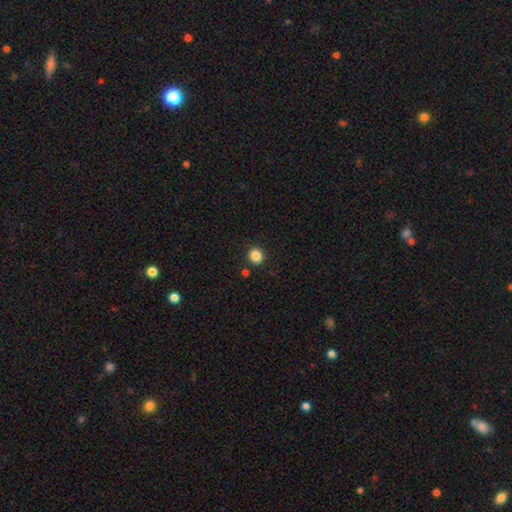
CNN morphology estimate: Overall: smooth (85%). How rounded: round (92%). Merging: none (90%).